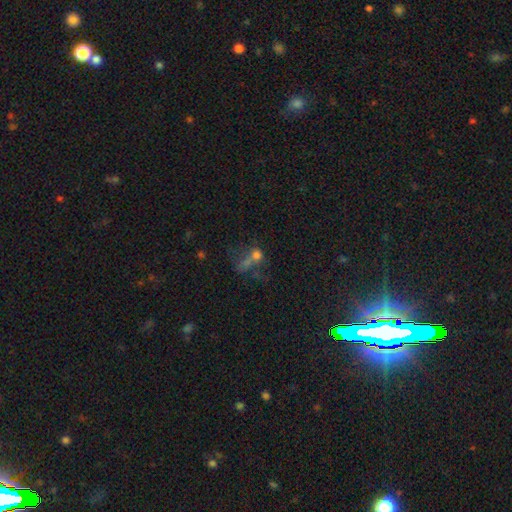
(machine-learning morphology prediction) smooth_or_featured: smooth (p=0.54) [alt: featured or disk p=0.23]
how_rounded: round (p=0.58) [alt: in between p=0.39]
merging: merger (p=0.46) [alt: none p=0.26]